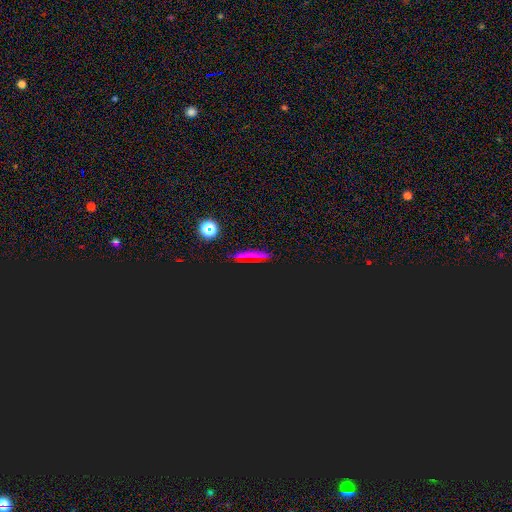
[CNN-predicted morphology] Smooth or featured? star or artifact (46%)